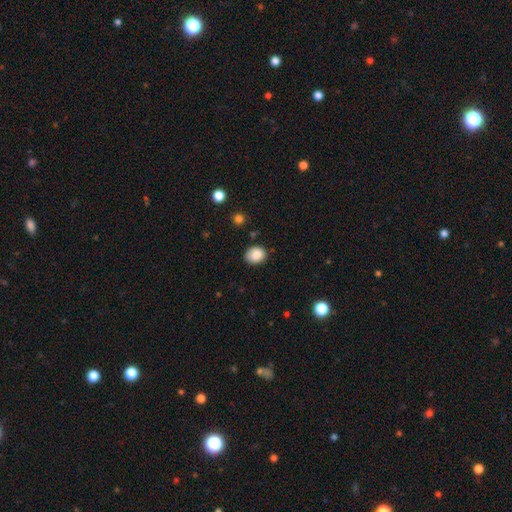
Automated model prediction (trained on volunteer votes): Smooth or featured? smooth (86%)
How rounded? round (55%)
Merging? none (77%)